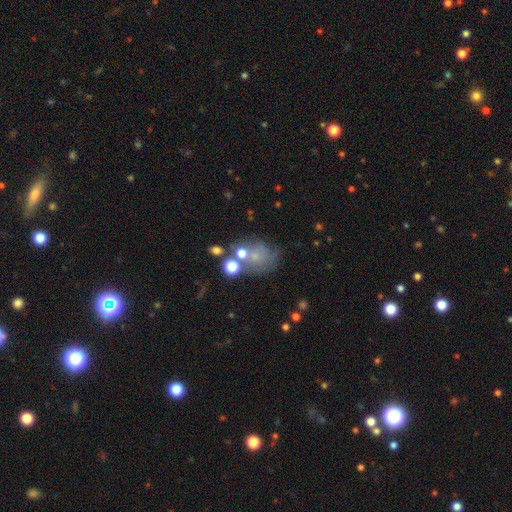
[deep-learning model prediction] Smooth or featured? smooth (48%)
Merging? none (41%)